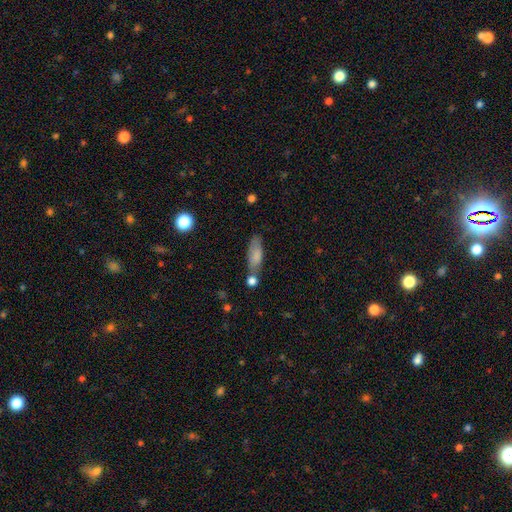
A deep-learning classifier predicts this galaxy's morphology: Smooth or featured: smooth — 80% (featured or disk — 13%)
How rounded: in between — 58% (cigar-shaped — 39%)
Merging: none — 56% (minor disturbance — 20%)